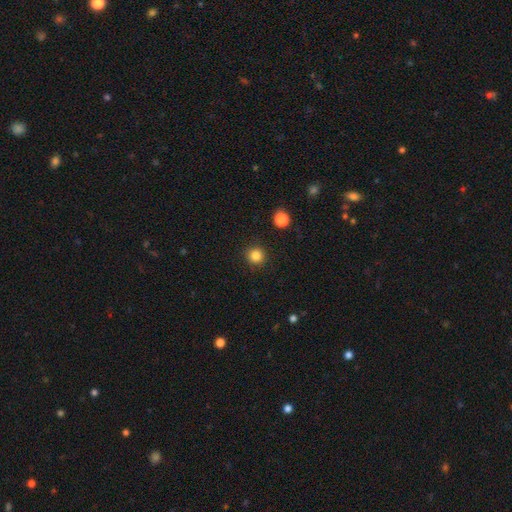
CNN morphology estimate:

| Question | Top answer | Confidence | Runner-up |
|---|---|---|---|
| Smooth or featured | smooth | 83% | star or artifact (12%) |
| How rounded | round | 95% | in between (4%) |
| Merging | none | 92% | minor disturbance (5%) |